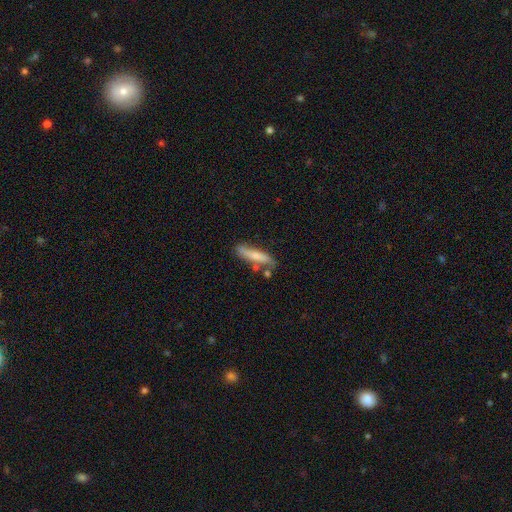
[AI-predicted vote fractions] Smooth or featured? Predicted: smooth (p=0.64). How rounded? Predicted: cigar-shaped (p=0.82). Merging? Predicted: none (p=0.68).